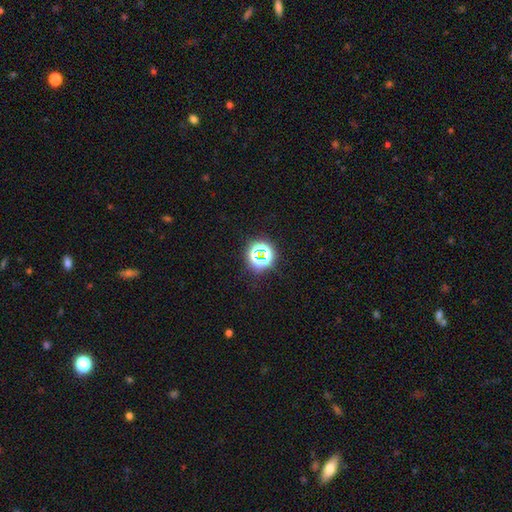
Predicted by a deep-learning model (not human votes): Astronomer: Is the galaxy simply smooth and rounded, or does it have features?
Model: star or artifact — 63%.